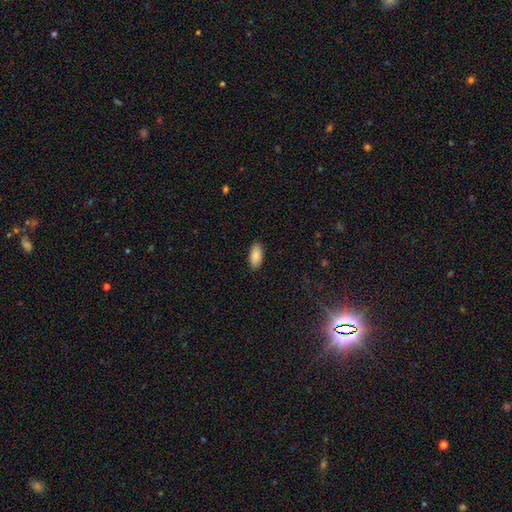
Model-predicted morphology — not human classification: Smooth or featured? smooth (88%)
How rounded? in between (92%)
Merging? none (89%)